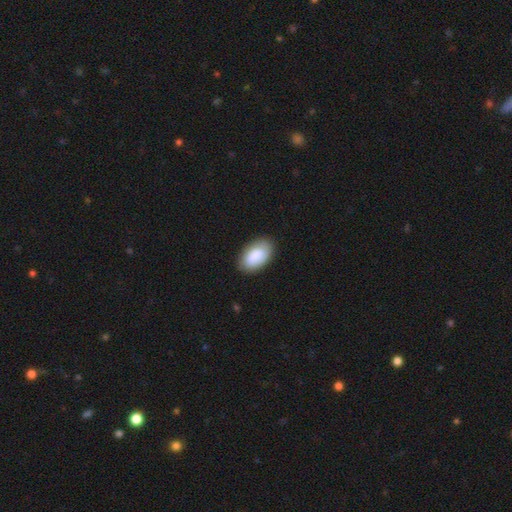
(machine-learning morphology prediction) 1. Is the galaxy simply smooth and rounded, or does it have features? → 80% smooth, 14% featured or disk, 6% star or artifact.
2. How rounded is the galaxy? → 94% in between, 5% round, 1% cigar-shaped.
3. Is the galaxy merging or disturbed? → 84% none, 12% minor disturbance, 3% major disturbance, 1% merger.